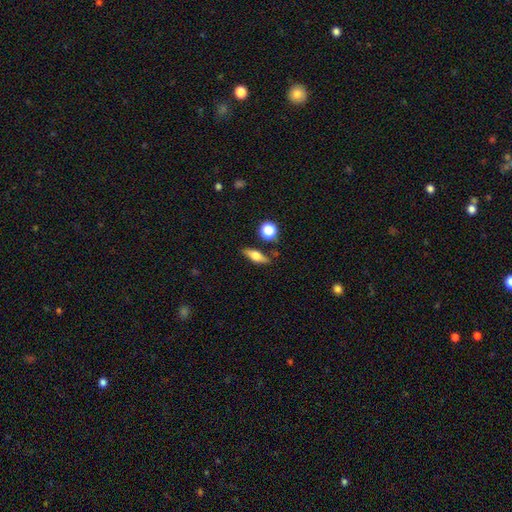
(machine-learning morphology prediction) Smooth or featured? Predicted: smooth (p=0.51). How rounded? Predicted: in between (p=0.52). Merging? Predicted: none (p=0.80).